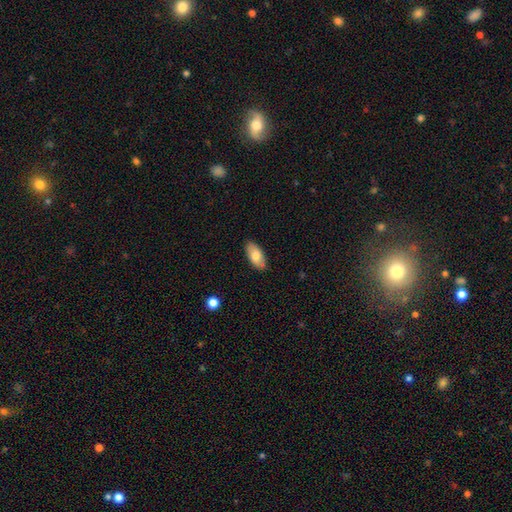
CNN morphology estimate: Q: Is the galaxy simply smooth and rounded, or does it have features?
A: smooth — 77%.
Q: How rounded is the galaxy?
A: in between — 92%.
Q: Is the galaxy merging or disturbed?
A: none — 81%.